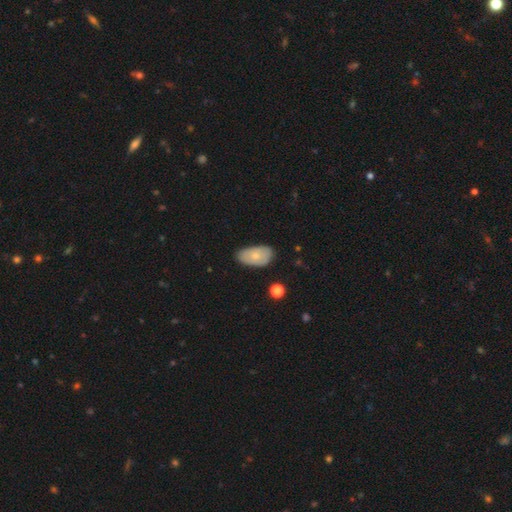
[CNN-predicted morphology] The model was most divided on "smooth or featured": smooth: 68%, featured or disk: 26%, star or artifact: 7%. More confident: how rounded — in between (93%); merging — none (71%).